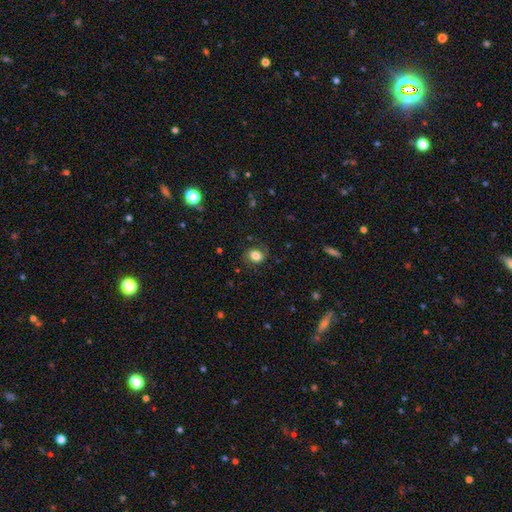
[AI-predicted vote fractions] This appears to be a smooth galaxy with no disk features (78%) that is round (53%). Merging: none (74%).